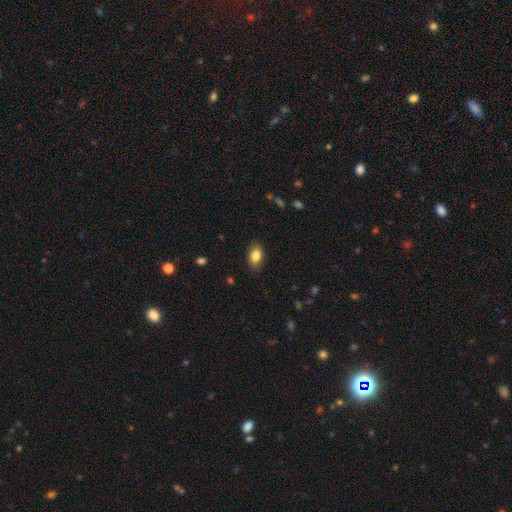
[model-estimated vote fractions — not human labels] Smooth or featured? Predicted: smooth (p=0.84). How rounded? Predicted: in between (p=0.90). Merging? Predicted: none (p=0.85).